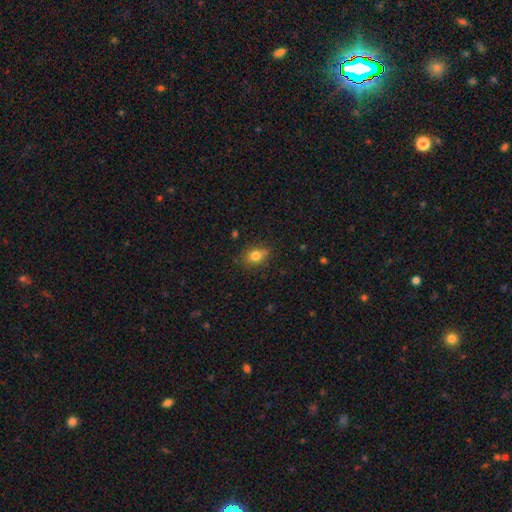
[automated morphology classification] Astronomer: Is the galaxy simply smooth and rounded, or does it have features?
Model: smooth — 80%.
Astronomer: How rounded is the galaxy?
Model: in between — 63%.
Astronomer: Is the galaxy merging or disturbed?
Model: none — 75%.